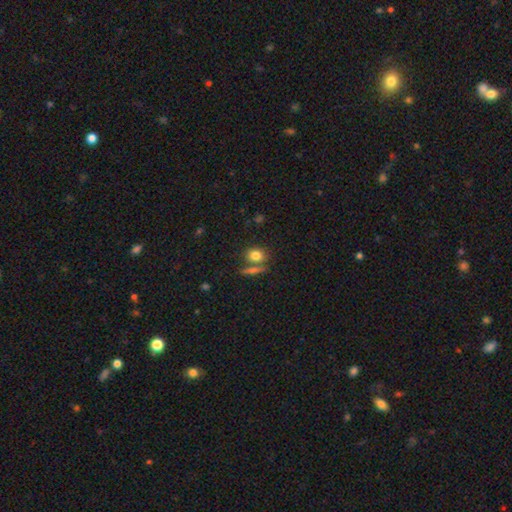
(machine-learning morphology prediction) Smooth or featured? Predicted: smooth (p=0.80). How rounded? Predicted: round (p=0.54). Merging? Predicted: none (p=0.61).